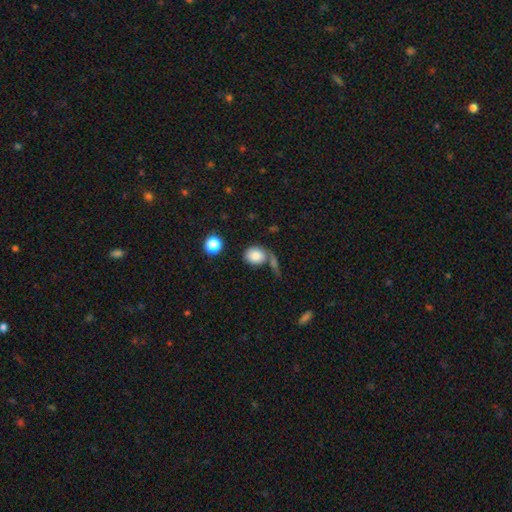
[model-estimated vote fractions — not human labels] This appears to be a smooth galaxy with no disk features (85%) that is round (57%). Merging: none (53%).